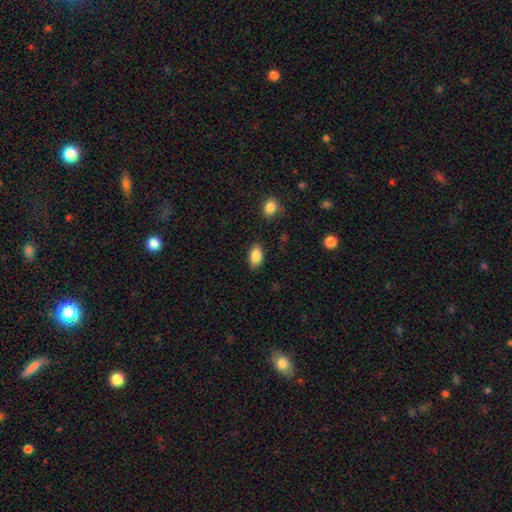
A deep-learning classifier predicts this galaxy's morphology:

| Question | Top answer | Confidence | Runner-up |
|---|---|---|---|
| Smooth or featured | smooth | 87% | star or artifact (8%) |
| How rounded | in between | 91% | round (6%) |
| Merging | none | 85% | minor disturbance (11%) |